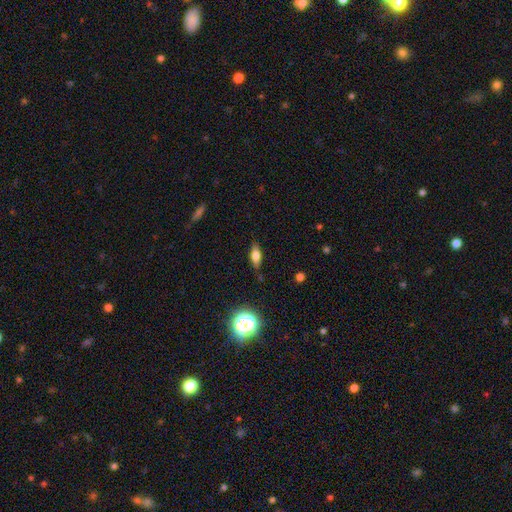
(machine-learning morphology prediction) Smooth or featured? smooth (56%)
How rounded? in between (63%)
Merging? none (81%)